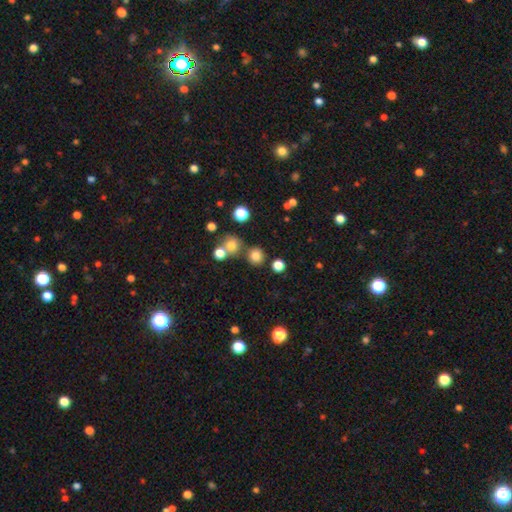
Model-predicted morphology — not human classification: Smooth or featured: smooth — 78% (star or artifact — 15%)
How rounded: round — 90% (in between — 9%)
Merging: none — 74% (merger — 14%)